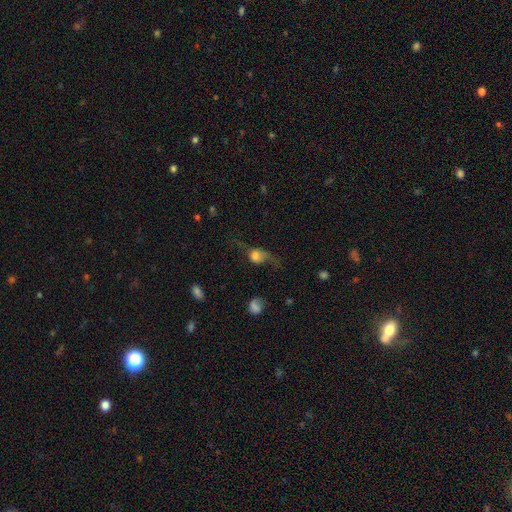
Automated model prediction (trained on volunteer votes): A smooth galaxy with no disk features (53%) that is round (54%). Merging: major disturbance (40%).